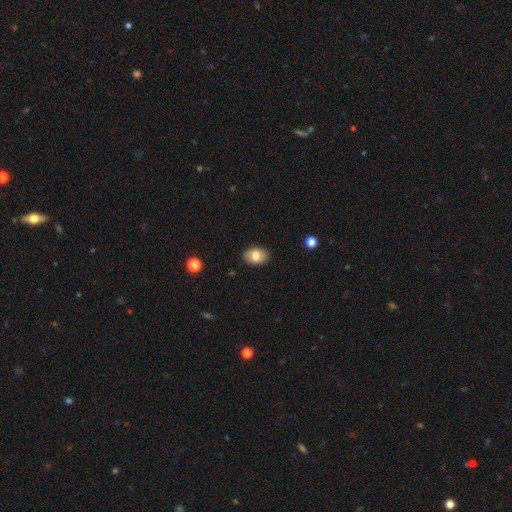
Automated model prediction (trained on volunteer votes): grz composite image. It shows a smooth galaxy with no disk features (80%) that is in between round and cigar-shaped (77%). Merging: none (87%).